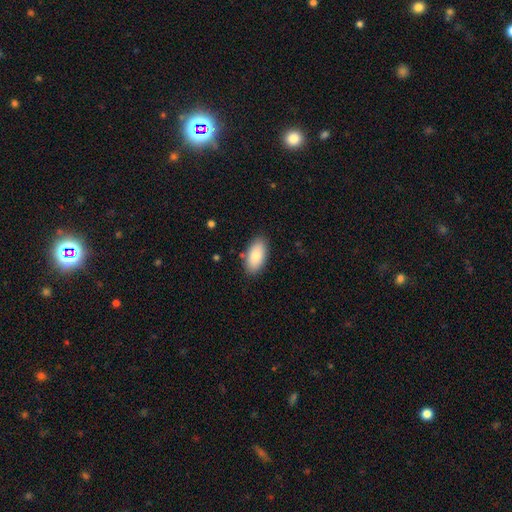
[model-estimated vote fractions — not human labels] Smooth or featured: smooth — 83% (featured or disk — 11%)
How rounded: in between — 93% (cigar-shaped — 4%)
Merging: none — 85% (minor disturbance — 11%)